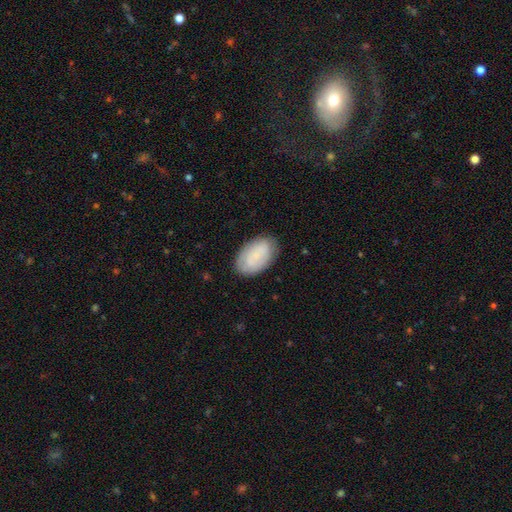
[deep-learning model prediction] Smooth or featured: smooth — 70% (featured or disk — 23%)
How rounded: in between — 93% (round — 6%)
Merging: none — 81% (minor disturbance — 15%)